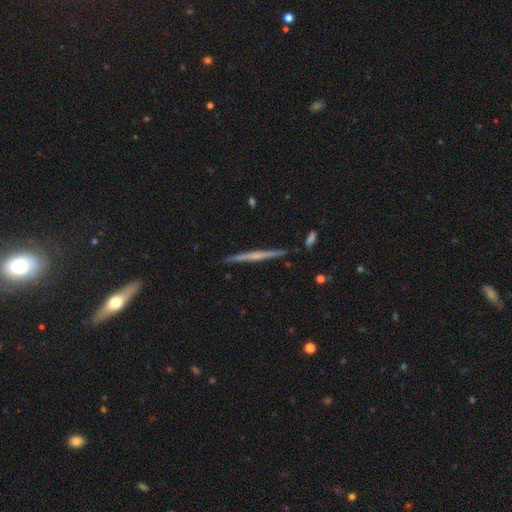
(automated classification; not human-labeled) A featured or disk galaxy (60%) viewed edge-on (98%) with no central bulge (72%). Merging: none (90%).